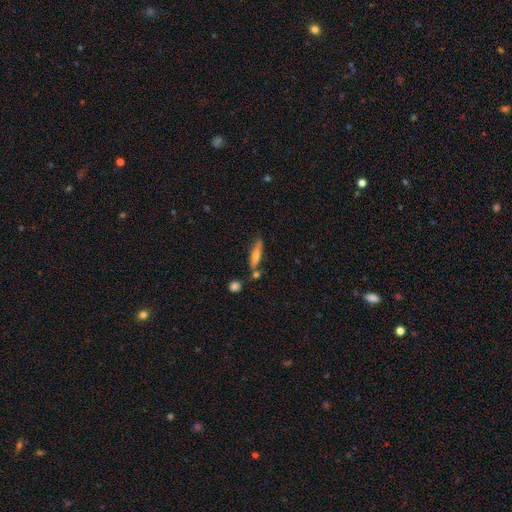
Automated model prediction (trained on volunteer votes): Morphology: type=smooth (60%); roundness=cigar-shaped (73%); merging=none (69%).